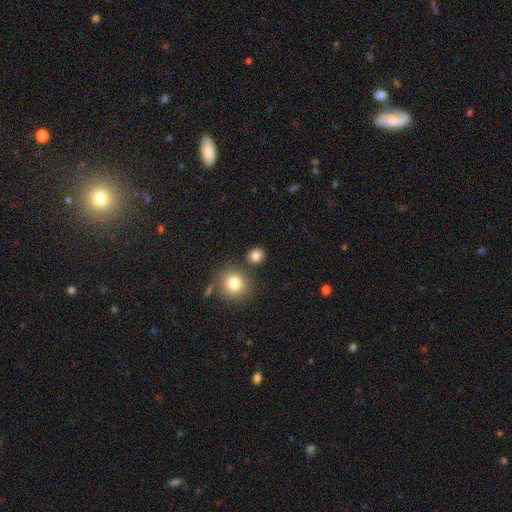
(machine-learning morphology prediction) type=smooth (83%); roundness=round (85%); merging=none (81%).